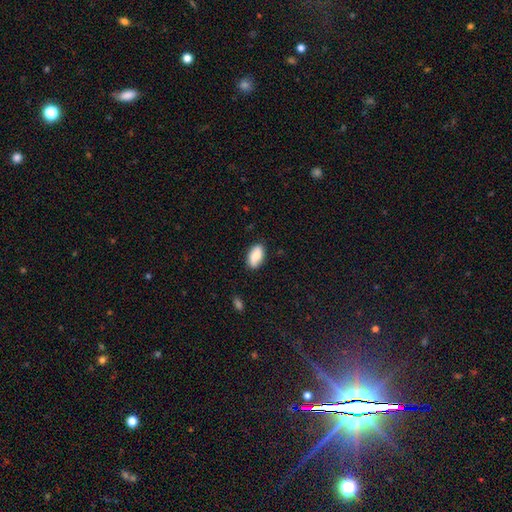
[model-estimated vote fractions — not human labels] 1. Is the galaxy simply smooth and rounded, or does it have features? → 77% smooth, 17% featured or disk, 7% star or artifact.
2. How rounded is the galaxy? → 93% in between, 4% round, 3% cigar-shaped.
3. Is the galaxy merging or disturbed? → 84% none, 13% minor disturbance, 2% major disturbance, 1% merger.